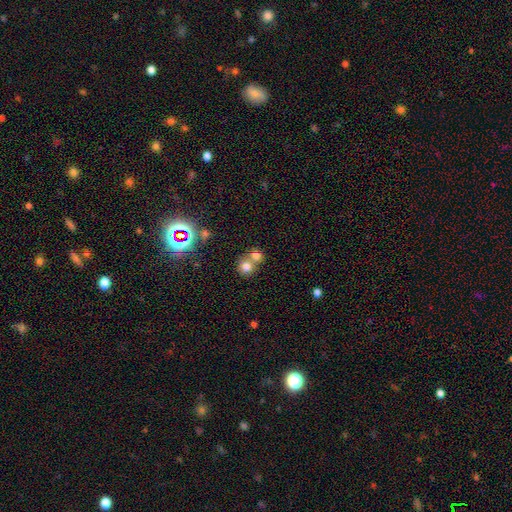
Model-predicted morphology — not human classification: This appears to be a smooth galaxy with no disk features (73%) that is round (81%). Merging: merger (54%).